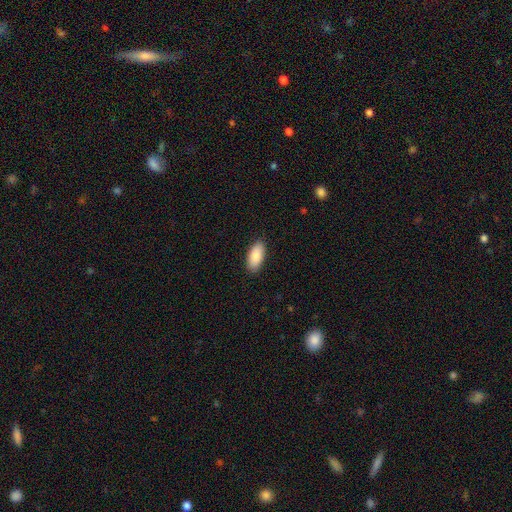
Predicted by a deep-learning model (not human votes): smooth 87%, featured or disk 7%, star or artifact 6%. Down the decision tree: how rounded — in between (91%); merging — none (88%).